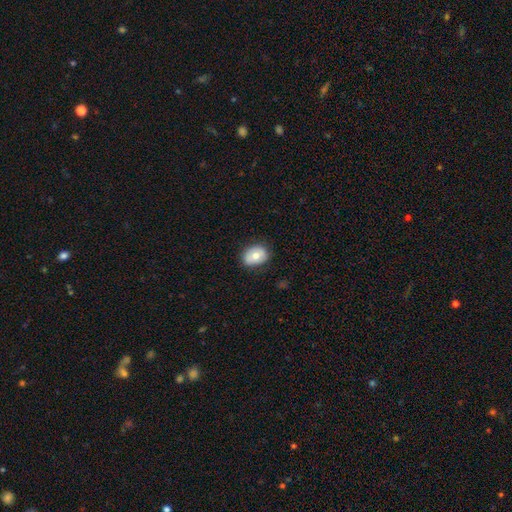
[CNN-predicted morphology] smooth_or_featured: smooth (p=0.70) [alt: featured or disk p=0.22]
how_rounded: in between (p=0.64) [alt: round p=0.35]
merging: none (p=0.80) [alt: minor disturbance p=0.15]